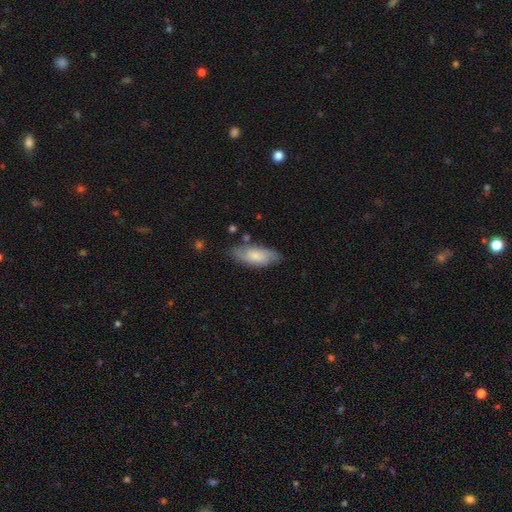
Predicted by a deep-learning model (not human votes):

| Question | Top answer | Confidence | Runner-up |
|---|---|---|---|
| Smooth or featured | smooth | 67% | featured or disk (27%) |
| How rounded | in between | 85% | cigar-shaped (13%) |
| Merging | none | 75% | minor disturbance (19%) |